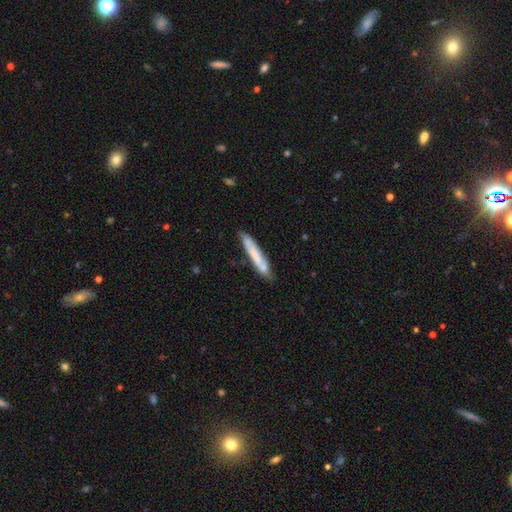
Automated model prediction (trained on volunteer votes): This appears to be a smooth galaxy with no disk features (64%) that is cigar-shaped (93%). Merging: none (72%).